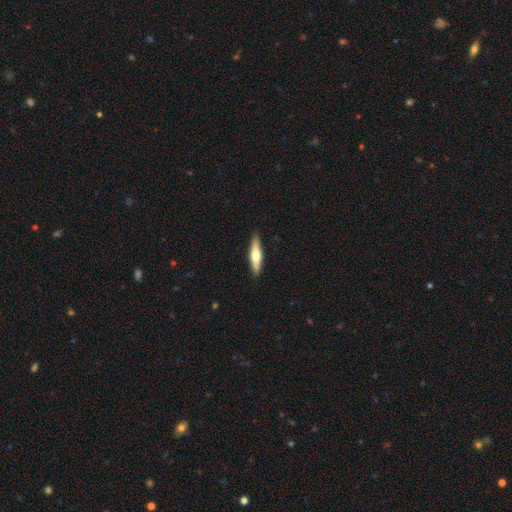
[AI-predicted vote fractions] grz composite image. It shows a smooth galaxy with no disk features (49%). Merging: none (90%).